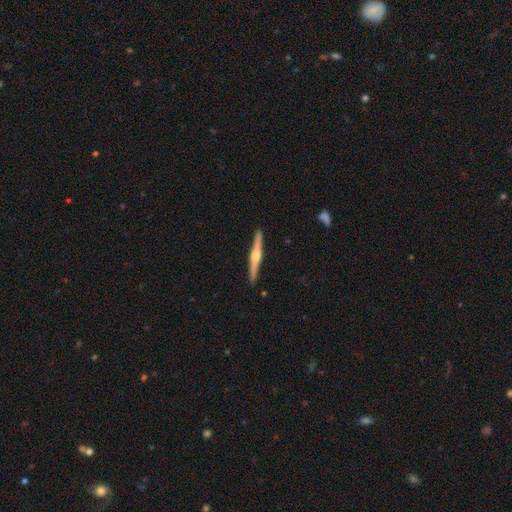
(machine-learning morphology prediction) This is likely a featured or disk galaxy (79%). It is clearly viewed edge-on (98%). Edge-on bulge: clearly rounded (91%). Merging: clearly none (92%).